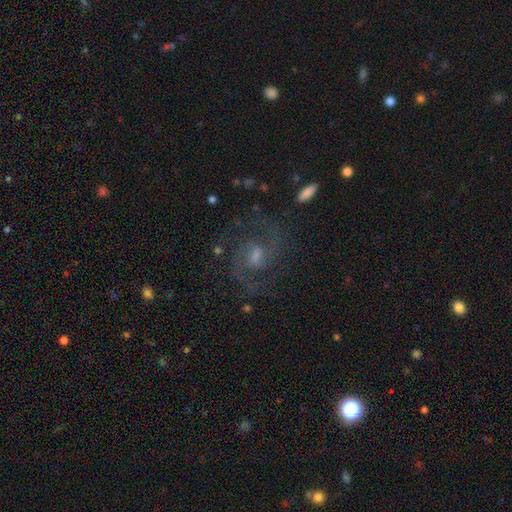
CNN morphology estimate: The model was most divided on "bulge size": moderate: 42%, small: 36%, none: 14%, large: 8%, dominant: 1%. More confident: edge-on disk — no (98%); spiral arms — yes (97%); smooth or featured — featured or disk (85%); spiral arm count — 2 (84%); merging — none (75%); spiral winding — medium (62%); bar — weak (60%).